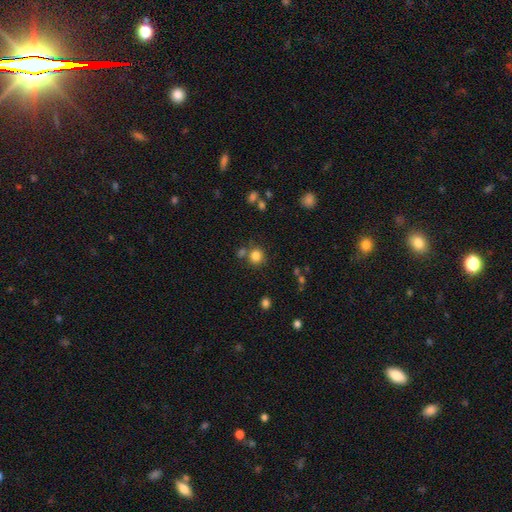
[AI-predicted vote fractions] This appears to be a smooth galaxy with no disk features (81%) that is round (88%). Merging: none (71%).